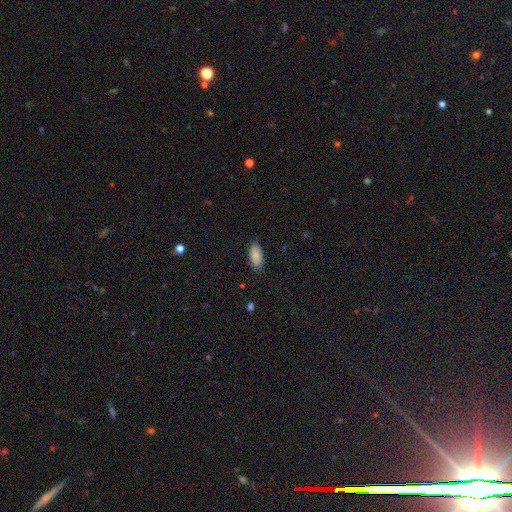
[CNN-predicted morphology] A smooth galaxy with no disk features (87%) that is in between round and cigar-shaped (89%). Merging: none (85%).